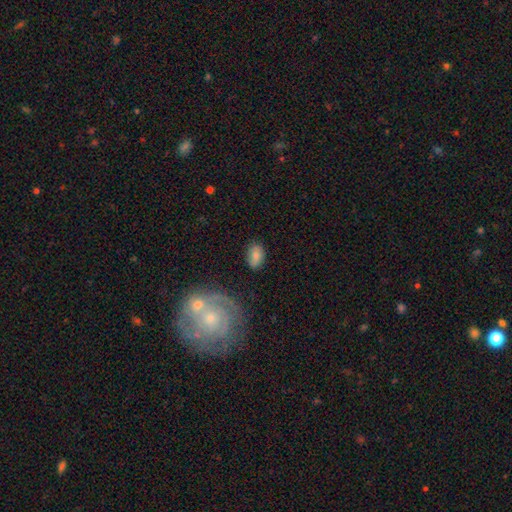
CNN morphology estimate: Overall: smooth (75%). How rounded: in between (87%). Merging: none (77%).